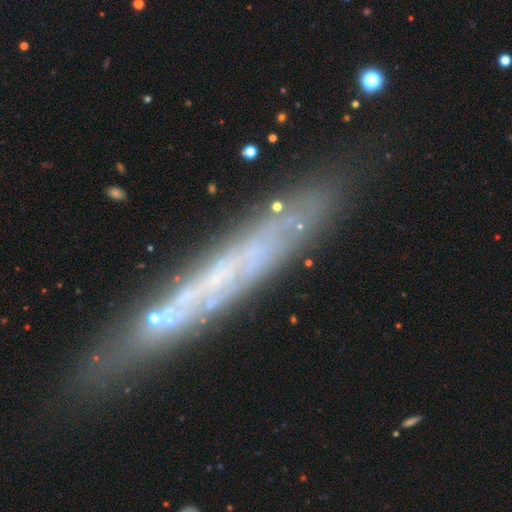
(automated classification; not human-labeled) smooth_or_featured: featured or disk (p=0.52) [alt: smooth p=0.29]
disk_edge_on: yes (p=0.69) [alt: no p=0.31]
merging: none (p=0.80) [alt: minor disturbance p=0.13]